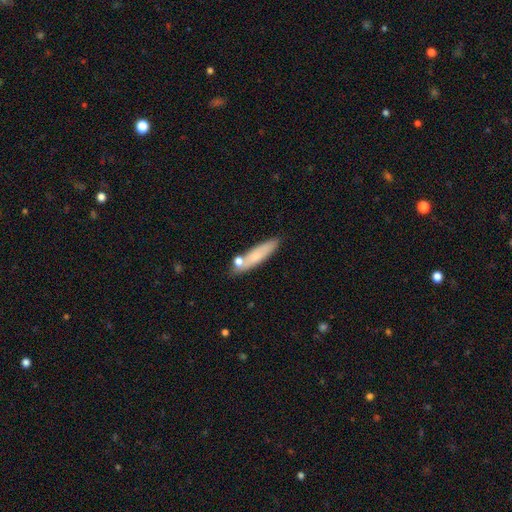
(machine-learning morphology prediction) A smooth galaxy with no disk features (74%) that is cigar-shaped (79%).

Vote fractions:
- Smooth or featured? smooth: 74% / featured or disk: 19% / star or artifact: 7%
- How rounded? cigar-shaped: 79% / in between: 19% / round: 2%
- Merging? none: 71% / minor disturbance: 15% / merger: 10% / major disturbance: 3%